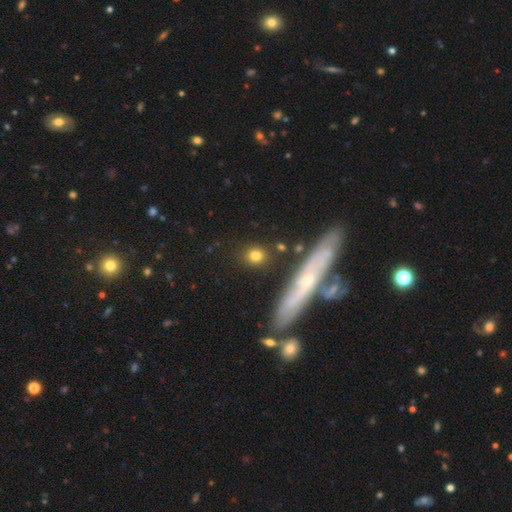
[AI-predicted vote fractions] Smooth or featured? smooth (79%)
How rounded? round (77%)
Merging? none (85%)